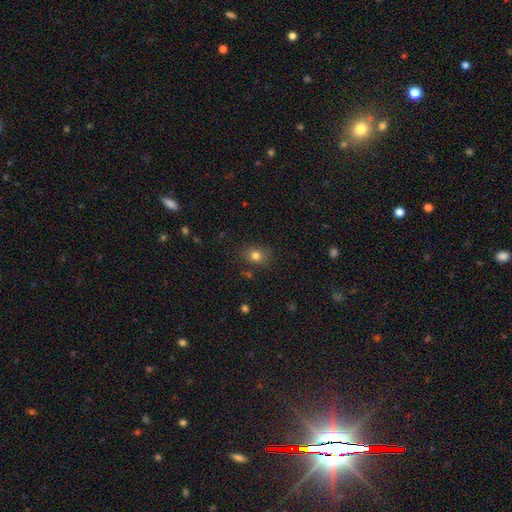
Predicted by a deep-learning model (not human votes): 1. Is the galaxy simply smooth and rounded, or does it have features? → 78% smooth, 13% star or artifact, 9% featured or disk.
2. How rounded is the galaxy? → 54% round, 45% in between, 1% cigar-shaped.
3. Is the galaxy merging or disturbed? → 80% none, 14% minor disturbance, 4% major disturbance, 2% merger.